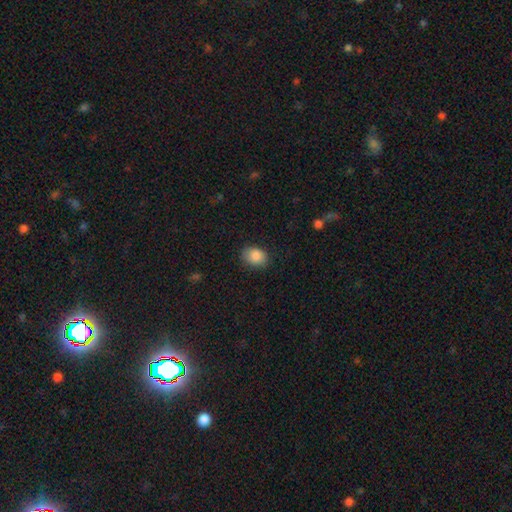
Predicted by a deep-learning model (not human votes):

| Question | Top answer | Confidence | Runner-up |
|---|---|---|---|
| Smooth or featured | smooth | 87% | star or artifact (8%) |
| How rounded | in between | 65% | round (34%) |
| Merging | none | 81% | minor disturbance (14%) |